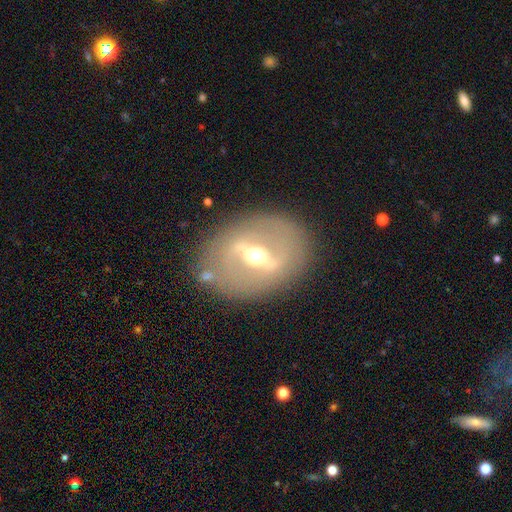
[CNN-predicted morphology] The model was most divided on "bar": strong: 70%, weak: 23%, no: 7%. More confident: merging — none (82%); edge-on disk — no (80%); spiral arms — no (77%); smooth or featured — featured or disk (77%); bulge size — moderate (73%).